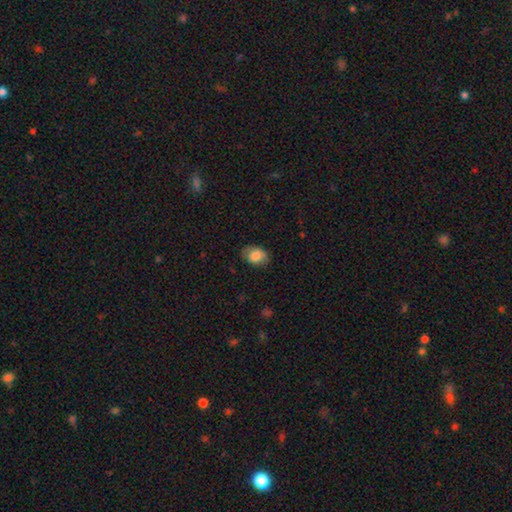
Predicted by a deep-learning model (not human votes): The model was most divided on "how rounded": in between: 77%, round: 22%, cigar-shaped: 1%. More confident: smooth or featured — smooth (83%); merging — none (78%).